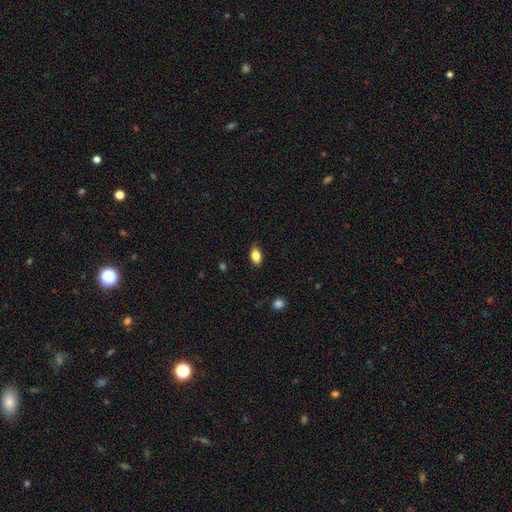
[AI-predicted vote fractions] A smooth galaxy with no disk features (84%) that is in between round and cigar-shaped (88%).

Vote fractions:
- Smooth or featured? smooth: 84% / star or artifact: 8% / featured or disk: 8%
- How rounded? in between: 88% / round: 9% / cigar-shaped: 3%
- Merging? none: 83% / minor disturbance: 14% / major disturbance: 3% / merger: 1%